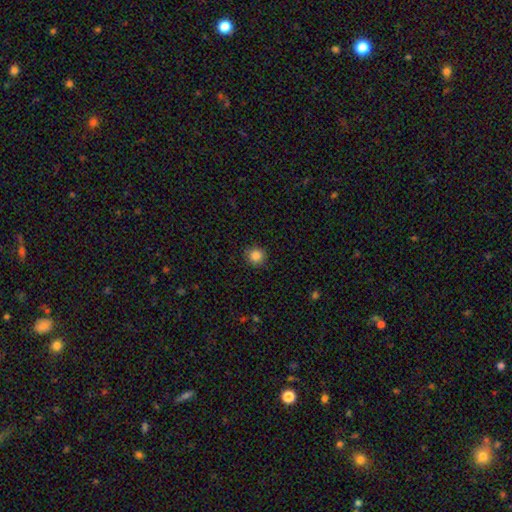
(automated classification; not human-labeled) Smooth or featured? smooth (85%)
How rounded? round (92%)
Merging? none (90%)